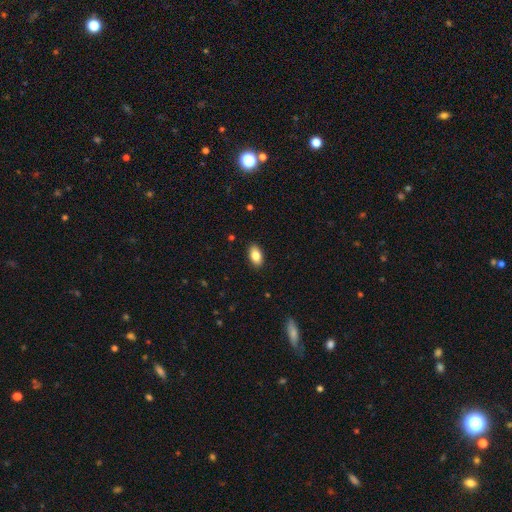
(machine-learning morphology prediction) Smooth or featured? Predicted: smooth (p=0.85). How rounded? Predicted: in between (p=0.93). Merging? Predicted: none (p=0.89).